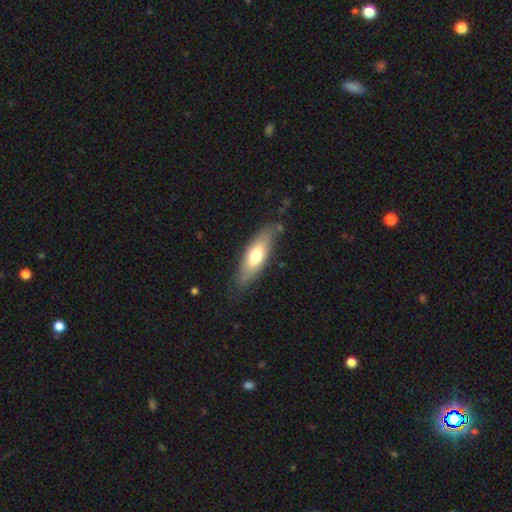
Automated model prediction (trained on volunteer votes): Smooth or featured: smooth — 63% (featured or disk — 31%)
How rounded: in between — 57% (cigar-shaped — 40%)
Merging: none — 79% (minor disturbance — 15%)